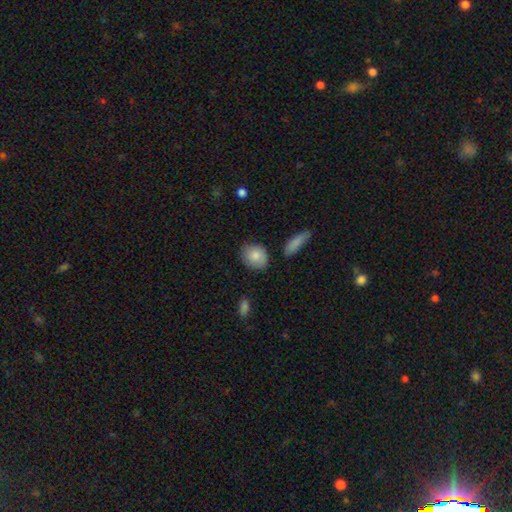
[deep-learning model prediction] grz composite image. It shows a smooth galaxy with no disk features (83%) that is round (53%). Merging: none (79%).